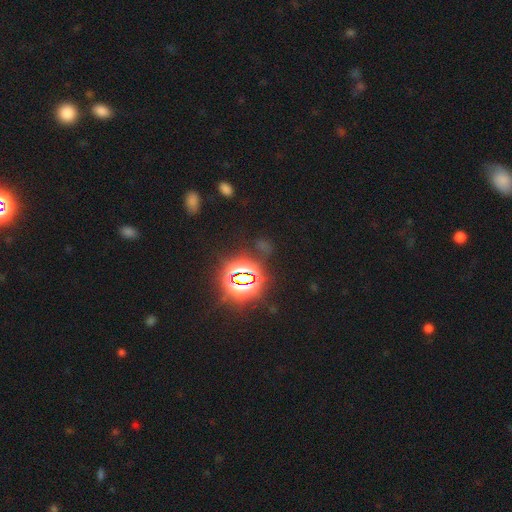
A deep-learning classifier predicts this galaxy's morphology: Smooth or featured: star or artifact — 79% (smooth — 15%)